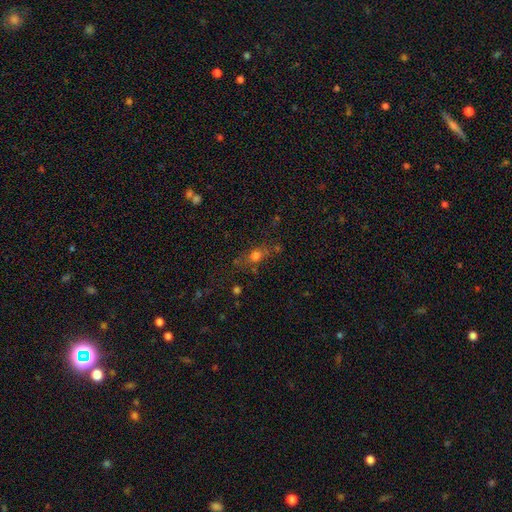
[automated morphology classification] type=smooth (64%); roundness=in between (47%); merging=none (65%).